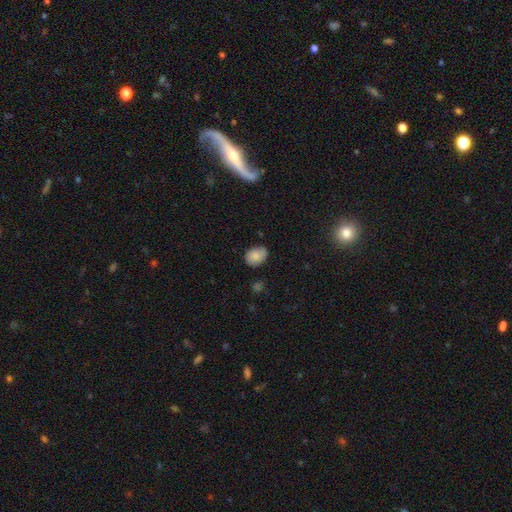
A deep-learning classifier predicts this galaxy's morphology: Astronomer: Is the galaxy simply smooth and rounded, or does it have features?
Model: smooth — 80%.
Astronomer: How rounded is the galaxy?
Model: in between — 71%.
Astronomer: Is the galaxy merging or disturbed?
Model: none — 70%.